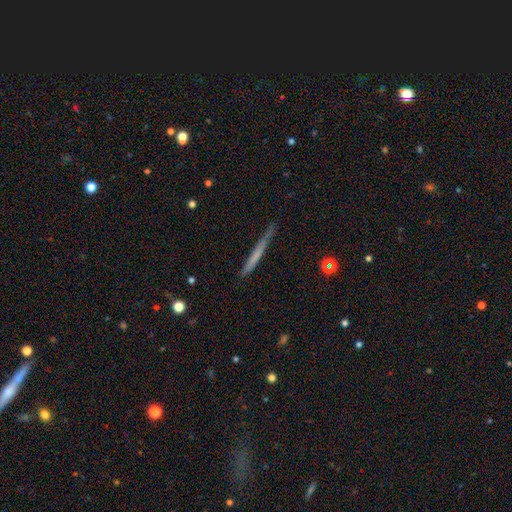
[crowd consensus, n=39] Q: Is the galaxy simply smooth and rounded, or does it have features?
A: smooth — 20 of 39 (51%).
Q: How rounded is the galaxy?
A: cigar-shaped — 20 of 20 (100%).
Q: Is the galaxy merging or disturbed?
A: none — 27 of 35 (77%).